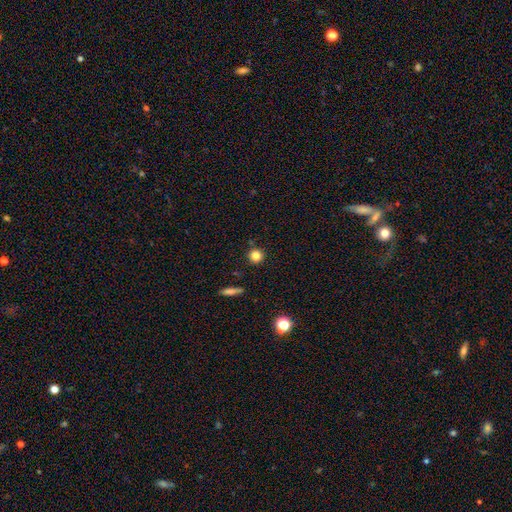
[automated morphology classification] Smooth or featured? smooth (81%)
How rounded? round (93%)
Merging? none (86%)